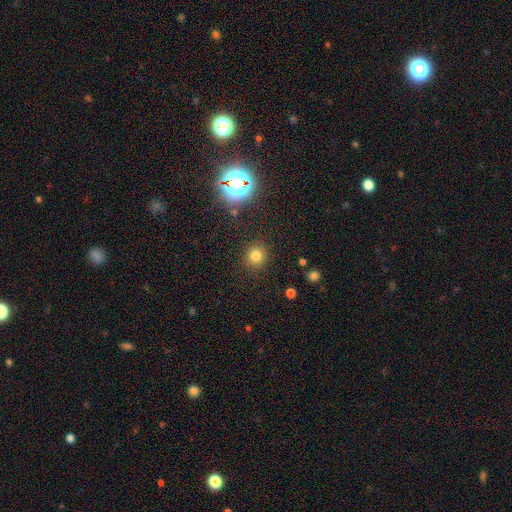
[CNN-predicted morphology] This is likely a smooth galaxy (77%). How rounded: clearly round (89%). Merging: clearly none (89%).